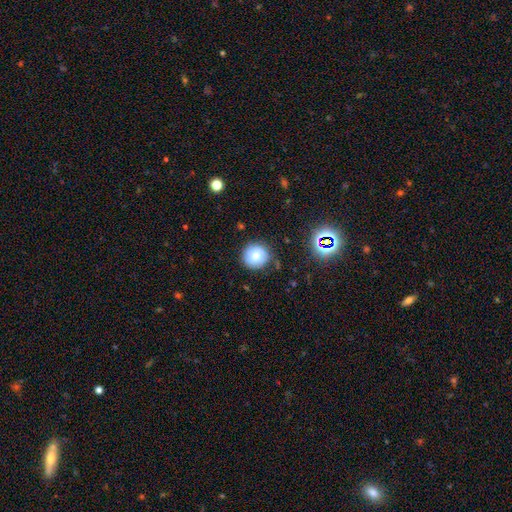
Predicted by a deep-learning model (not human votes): Morphology: type=smooth (75%); roundness=round (93%); merging=none (82%).